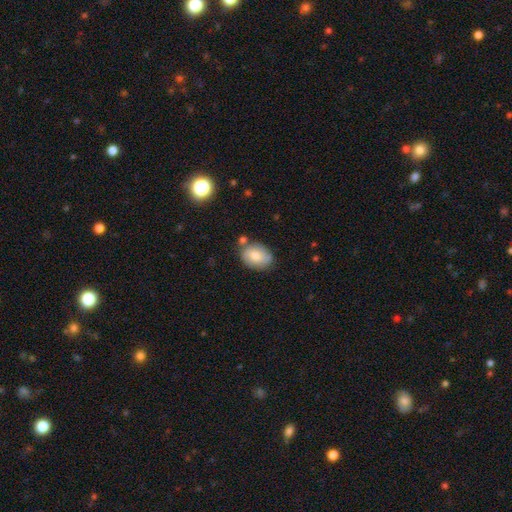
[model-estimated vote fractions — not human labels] This is likely a smooth galaxy (73%). How rounded: likely in between (73%). Merging: likely none (67%).